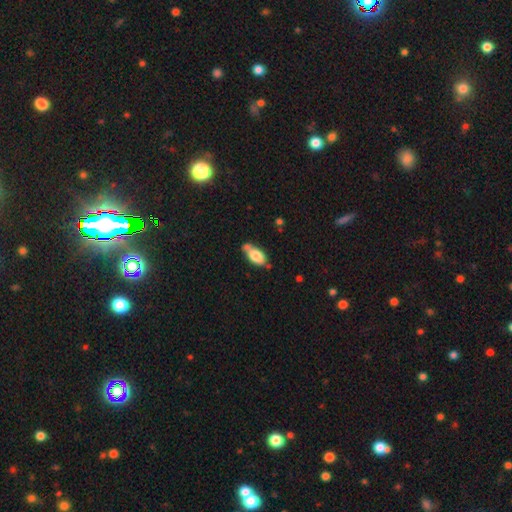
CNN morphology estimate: This is likely a smooth galaxy (77%). How rounded: clearly in between (89%). Merging: possibly none (52%).